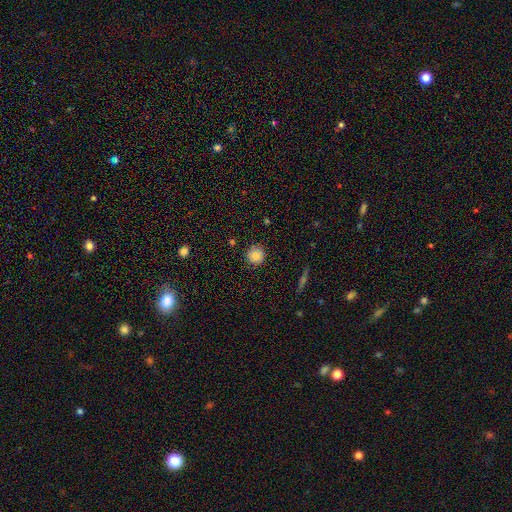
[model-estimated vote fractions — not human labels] Overall: smooth (83%). How rounded: round (93%). Merging: none (88%).